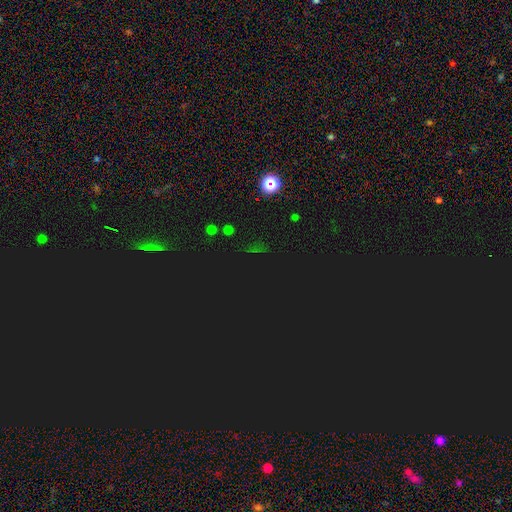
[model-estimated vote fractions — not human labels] This is likely a star or artifact rather than a galaxy (75%).